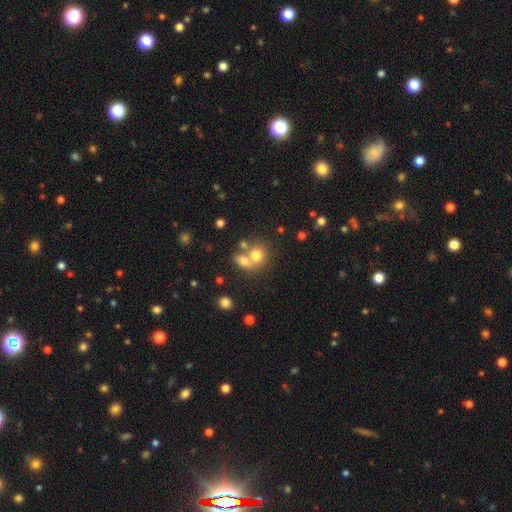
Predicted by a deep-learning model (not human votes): Overall: smooth (72%). How rounded: round (68%; in between 31%). Merging: merger (53%; none 35%).